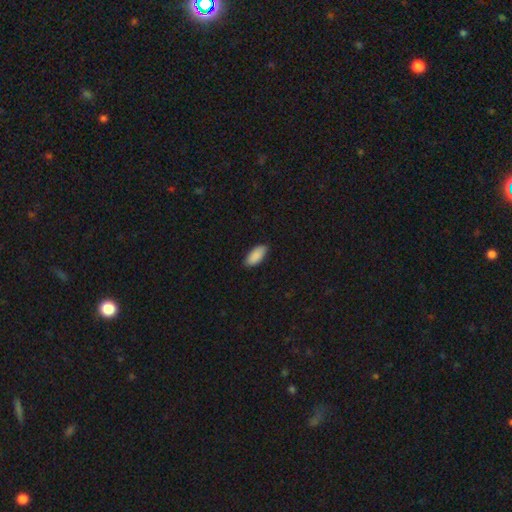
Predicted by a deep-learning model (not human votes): Q: Smooth or featured?
A: smooth (90%); runner-up: star or artifact (6%)
Q: How rounded?
A: in between (90%); runner-up: cigar-shaped (8%)
Q: Merging?
A: none (85%); runner-up: minor disturbance (12%)